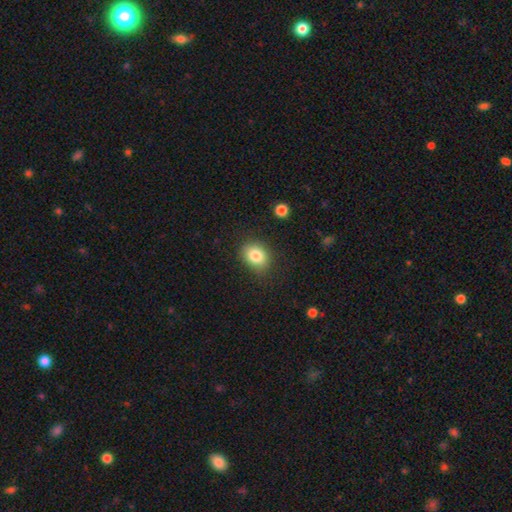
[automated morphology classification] The model was most divided on "how rounded": in between: 56%, round: 43%, cigar-shaped: 1%. More confident: smooth or featured — smooth (82%); merging — none (81%).